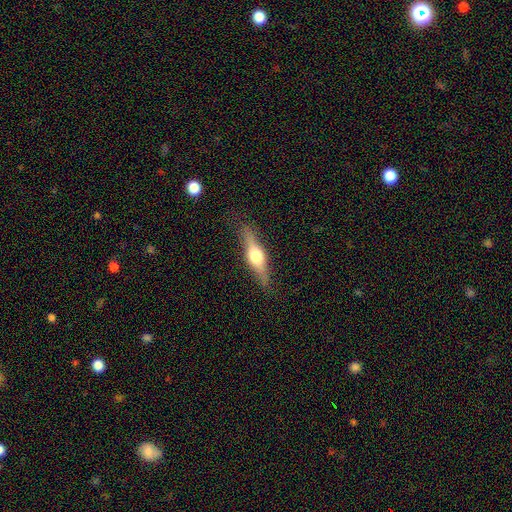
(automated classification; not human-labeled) Smooth or featured?
  - featured or disk: 66% *
  - smooth: 28%
  - star or artifact: 6%
Edge-on disk?
  - yes: 95% *
  - no: 5%
Edge-on bulge?
  - rounded: 92% *
  - boxy: 6%
  - none: 2%
Merging?
  - none: 84% *
  - minor disturbance: 12%
  - major disturbance: 3%
  - merger: 1%